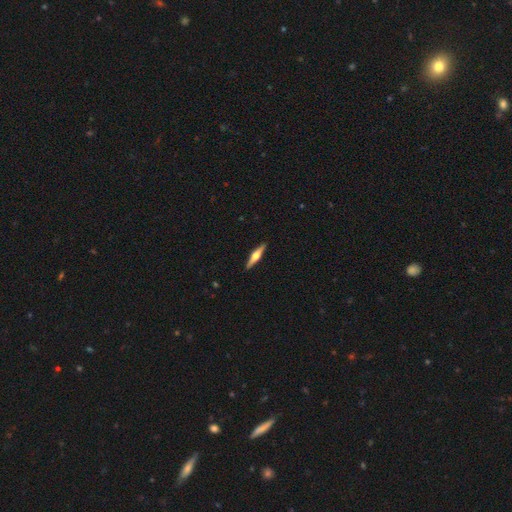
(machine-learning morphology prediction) A featured or disk galaxy (69%) viewed edge-on (97%) with a rounded central bulge (93%).

Vote fractions:
- Smooth or featured? featured or disk: 69% / smooth: 26% / star or artifact: 5%
- Edge-on disk? yes: 97% / no: 3%
- Edge-on bulge? rounded: 93% / boxy: 4% / none: 2%
- Merging? none: 92% / minor disturbance: 6% / major disturbance: 1% / merger: 1%